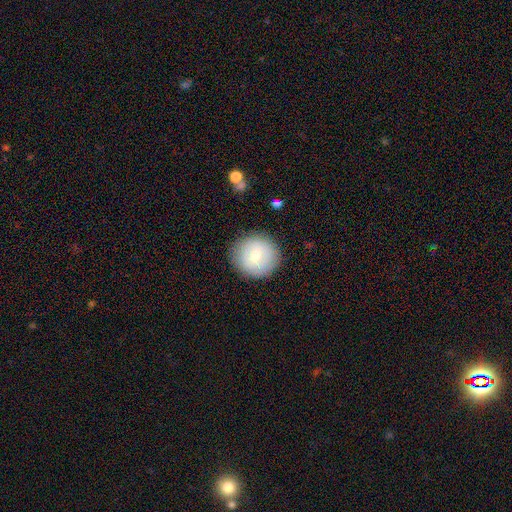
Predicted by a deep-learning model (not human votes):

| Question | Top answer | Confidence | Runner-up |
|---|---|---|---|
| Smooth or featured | smooth | 72% | featured or disk (21%) |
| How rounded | round | 92% | in between (7%) |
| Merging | none | 87% | minor disturbance (9%) |